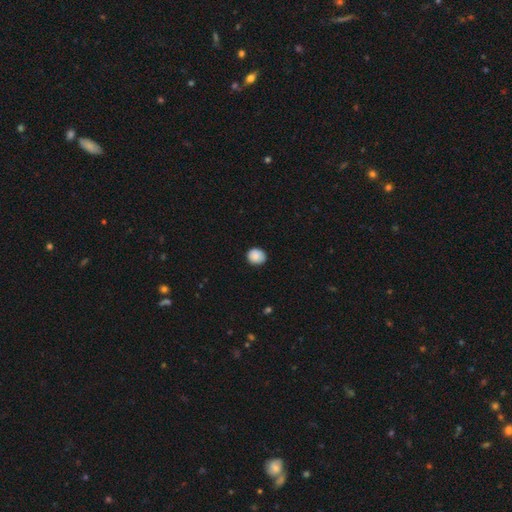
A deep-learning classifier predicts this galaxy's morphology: The model was most divided on "how rounded": round: 77%, in between: 22%, cigar-shaped: 1%. More confident: smooth or featured — smooth (86%); merging — none (82%).